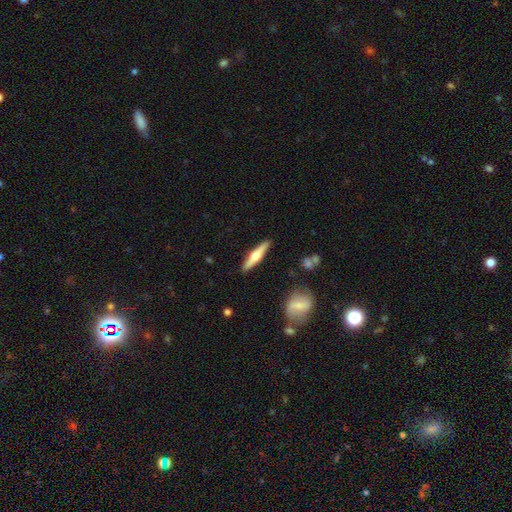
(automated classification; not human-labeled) This is possibly a featured or disk galaxy (58%). It is clearly viewed edge-on (96%). Edge-on bulge: clearly rounded (91%). Merging: clearly none (90%).